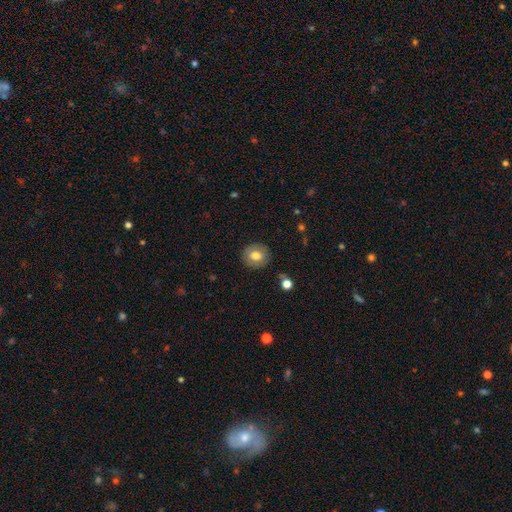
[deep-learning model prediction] A smooth galaxy with no disk features (74%) that is round (85%).

Vote fractions:
- Smooth or featured? smooth: 74% / featured or disk: 18% / star or artifact: 8%
- How rounded? round: 85% / in between: 14% / cigar-shaped: 1%
- Merging? none: 88% / minor disturbance: 9% / major disturbance: 2% / merger: 1%